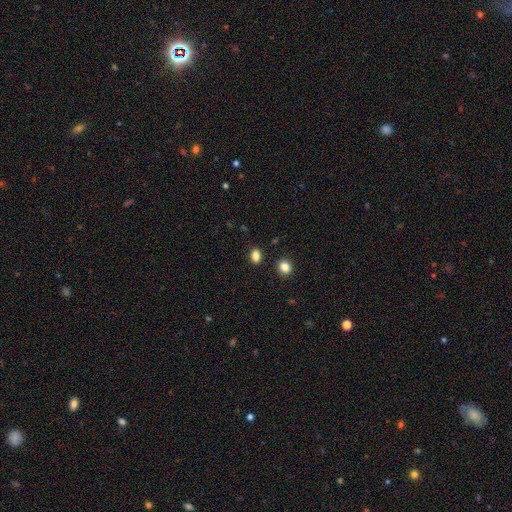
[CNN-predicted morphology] Overall: smooth (85%). How rounded: in between (73%). Merging: none (86%).